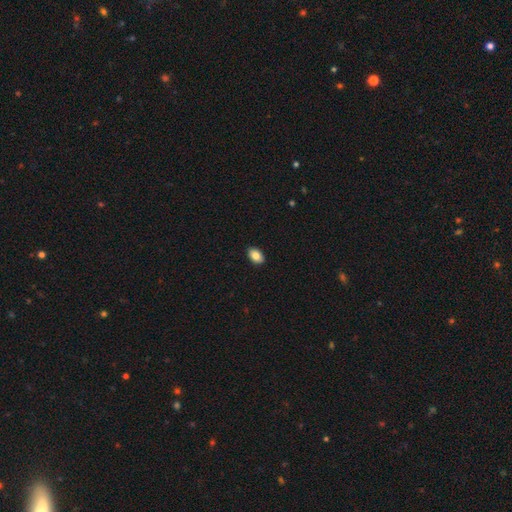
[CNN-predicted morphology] smooth_or_featured: smooth (p=0.85) [alt: star or artifact p=0.07]
how_rounded: in between (p=0.89) [alt: round p=0.10]
merging: none (p=0.90) [alt: minor disturbance p=0.07]